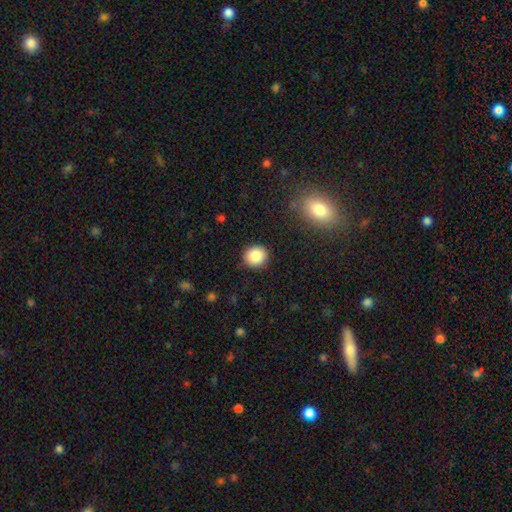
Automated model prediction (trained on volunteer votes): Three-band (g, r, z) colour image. It shows a smooth galaxy with no disk features (85%) that is round (84%). Merging: none (90%).